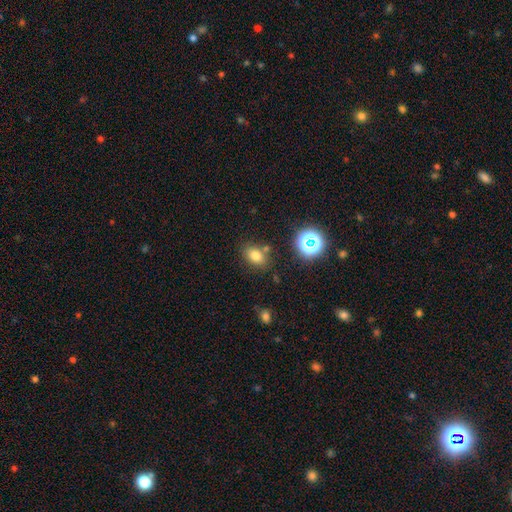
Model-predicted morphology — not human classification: Overall: smooth (75%). How rounded: in between (73%). Merging: none (72%).